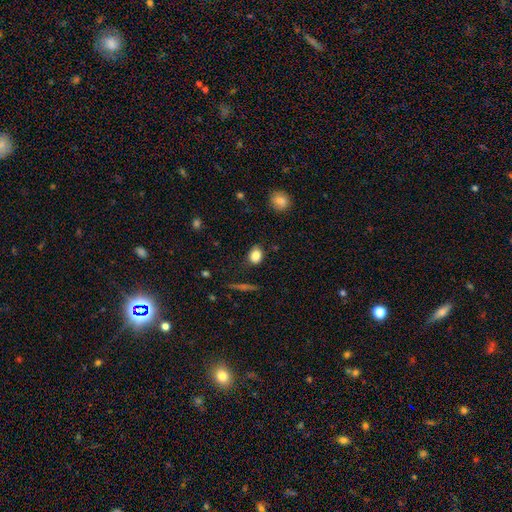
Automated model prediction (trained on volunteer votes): Smooth or featured: smooth — 84% (star or artifact — 10%)
How rounded: in between — 63% (round — 35%)
Merging: none — 81% (minor disturbance — 14%)